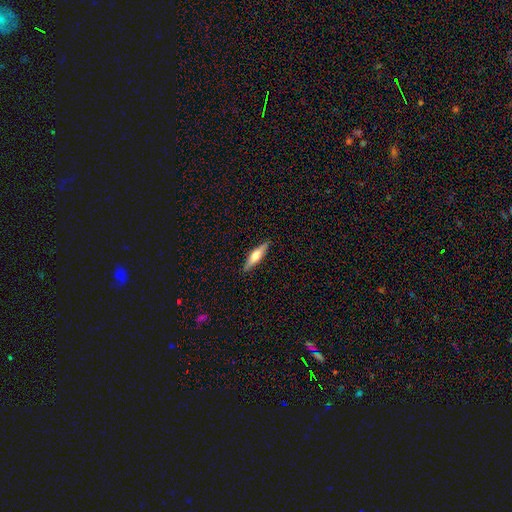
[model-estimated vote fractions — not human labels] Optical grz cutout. It shows a featured or disk galaxy (48%). Merging: none (88%).